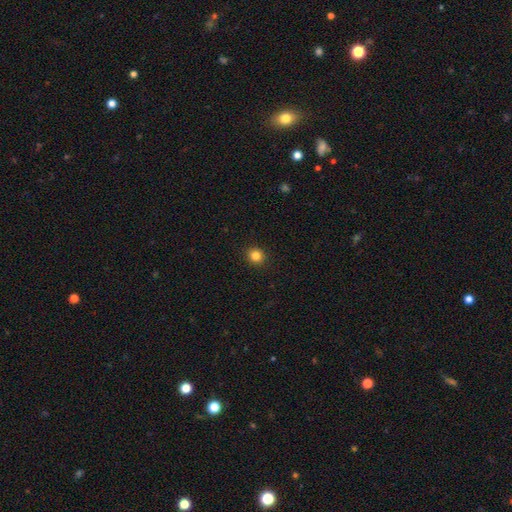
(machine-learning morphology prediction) Smooth or featured? smooth (83%)
How rounded? round (90%)
Merging? none (93%)